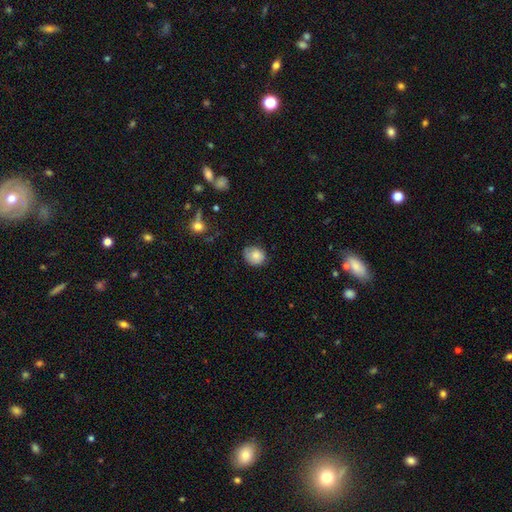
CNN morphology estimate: type=smooth (81%); roundness=round (65%); merging=none (67%).